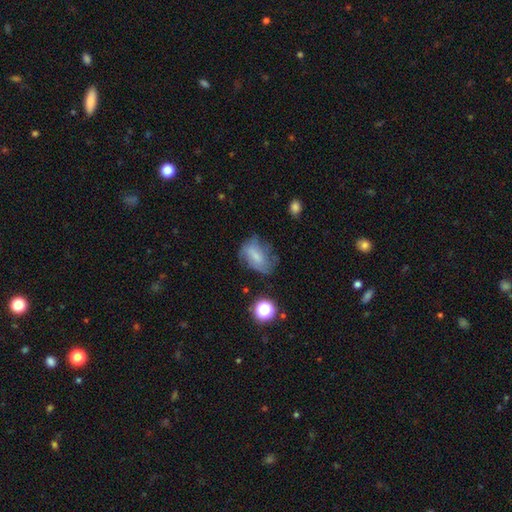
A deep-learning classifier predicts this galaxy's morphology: Smooth or featured?
  - smooth: 53% *
  - featured or disk: 35%
  - star or artifact: 13%
How rounded?
  - in between: 81% *
  - round: 15%
  - cigar-shaped: 3%
Merging?
  - none: 48% *
  - minor disturbance: 30%
  - major disturbance: 19%
  - merger: 3%